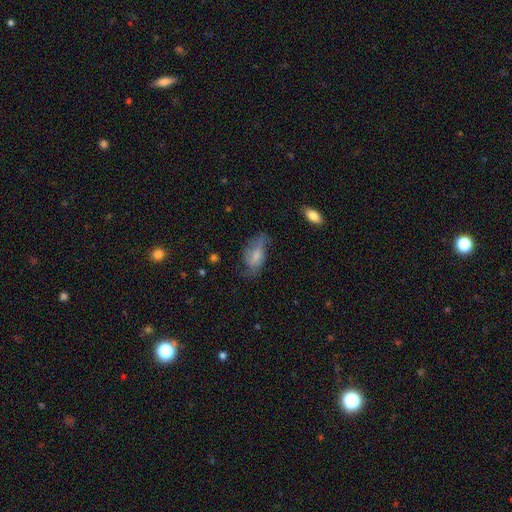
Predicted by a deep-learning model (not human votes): smooth 58%, featured or disk 34%, star or artifact 9%. Down the decision tree: how rounded — in between (88%); merging — none (40%).